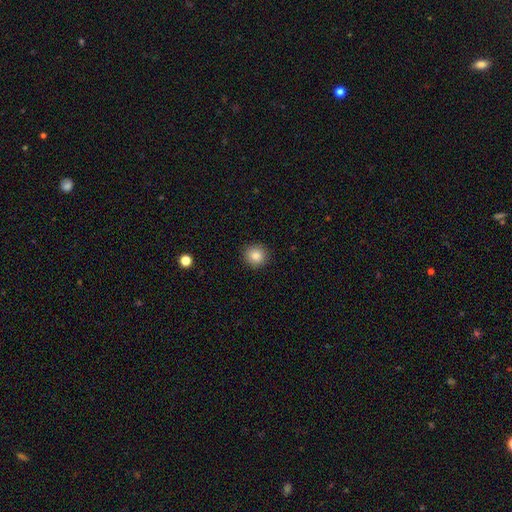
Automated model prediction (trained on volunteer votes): Overall: smooth (86%). How rounded: round (92%). Merging: none (91%).